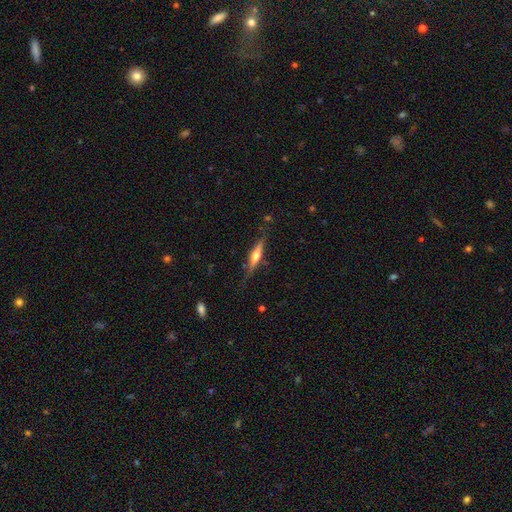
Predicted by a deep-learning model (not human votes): This is likely a featured or disk galaxy (61%). It is clearly viewed edge-on (95%). Edge-on bulge: clearly rounded (88%). Merging: likely none (77%).